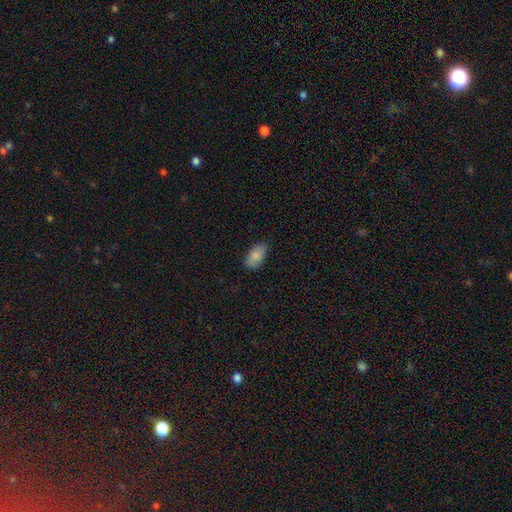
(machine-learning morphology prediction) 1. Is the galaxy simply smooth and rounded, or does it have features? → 82% smooth, 11% featured or disk, 7% star or artifact.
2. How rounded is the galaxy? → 93% in between, 4% round, 3% cigar-shaped.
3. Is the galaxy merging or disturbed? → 76% none, 20% minor disturbance, 3% major disturbance, 1% merger.